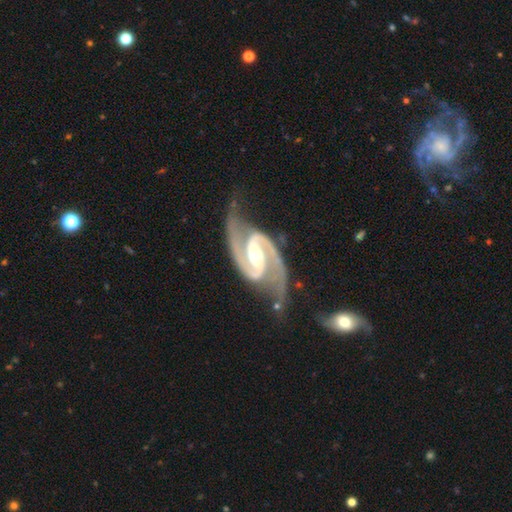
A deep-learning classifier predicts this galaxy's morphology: Smooth or featured? Predicted: featured or disk (p=0.95). Edge-on disk? Predicted: no (p=0.98). Bar? Predicted: strong (p=0.54). Spiral arms? Predicted: yes (p=0.99). Spiral winding? Predicted: medium (p=0.60). Spiral arm count? Predicted: 2 (p=0.95). Bulge size? Predicted: moderate (p=0.71). Merging? Predicted: none (p=0.66).